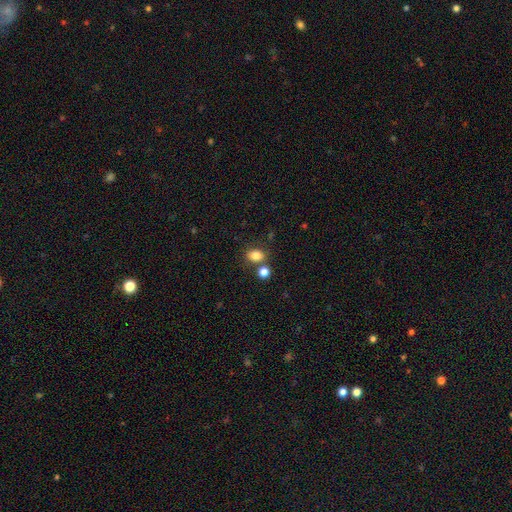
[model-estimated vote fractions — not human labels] Smooth or featured? Predicted: smooth (p=0.82). How rounded? Predicted: in between (p=0.65). Merging? Predicted: none (p=0.67).